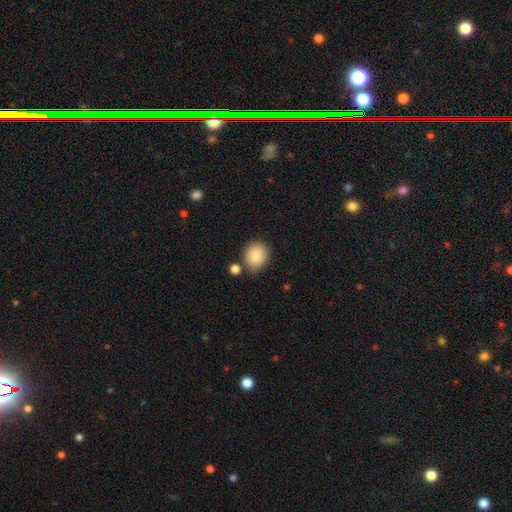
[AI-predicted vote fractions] Morphology: type=smooth (87%); roundness=round (70%); merging=none (77%).